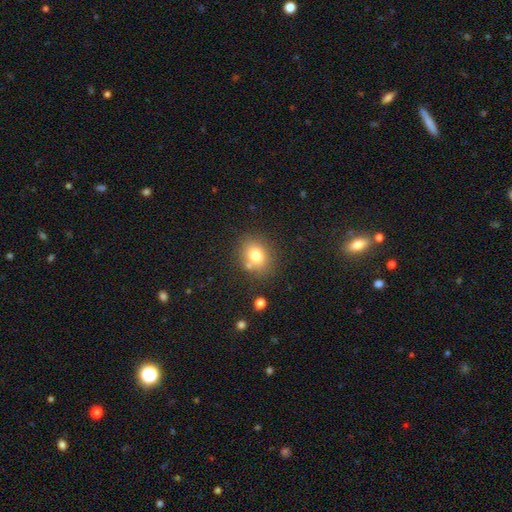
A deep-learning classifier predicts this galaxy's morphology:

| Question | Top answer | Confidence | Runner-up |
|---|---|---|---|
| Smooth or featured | smooth | 77% | star or artifact (12%) |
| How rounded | round | 50% | in between (49%) |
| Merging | none | 74% | minor disturbance (13%) |